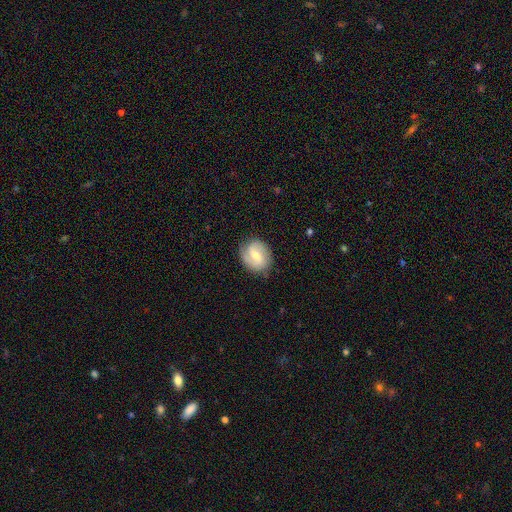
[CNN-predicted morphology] Overall: featured or disk (64%; smooth 29%). Edge-on disk: no (97%). Bar: weak (53%; no 26%). Spiral arms: yes (89%). Spiral arm count: 2 (80%). Spiral winding: medium (43%; loose 30%). Bulge size: small (48%; moderate 46%). Merging: none (80%).